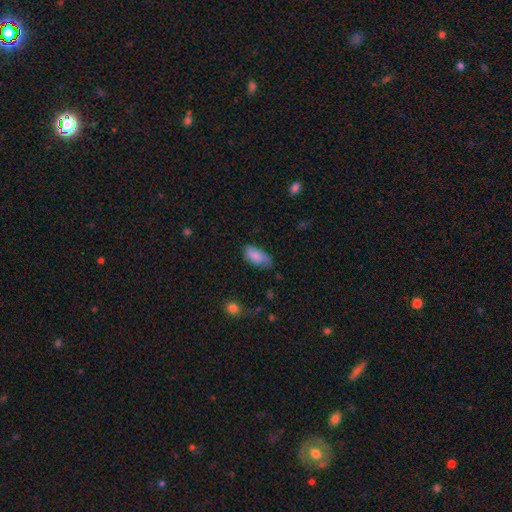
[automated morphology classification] smooth_or_featured: smooth (p=0.85) [alt: featured or disk p=0.09]
how_rounded: in between (p=0.91) [alt: cigar-shaped p=0.06]
merging: none (p=0.63) [alt: minor disturbance p=0.29]